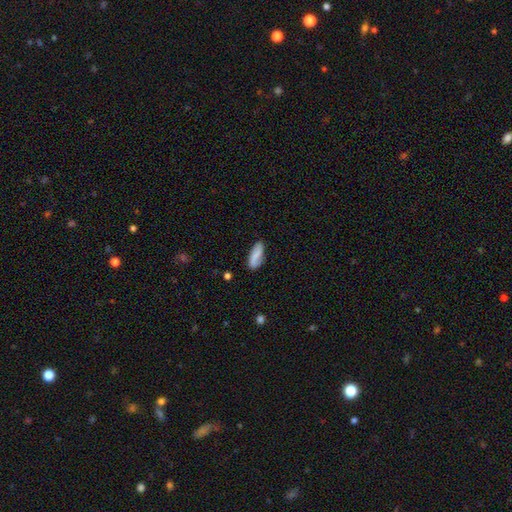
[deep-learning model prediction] smooth-or-featured: smooth: 72% | featured or disk: 20% | star or artifact: 7%
  how-rounded: in between: 71% | cigar-shaped: 26% | round: 2%
  merging: none: 73% | minor disturbance: 20% | major disturbance: 5% | merger: 2%